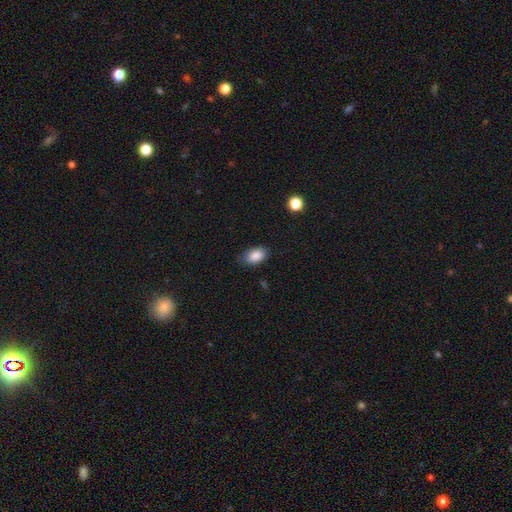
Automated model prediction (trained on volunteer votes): Overall: smooth (86%). How rounded: in between (89%). Merging: none (78%).